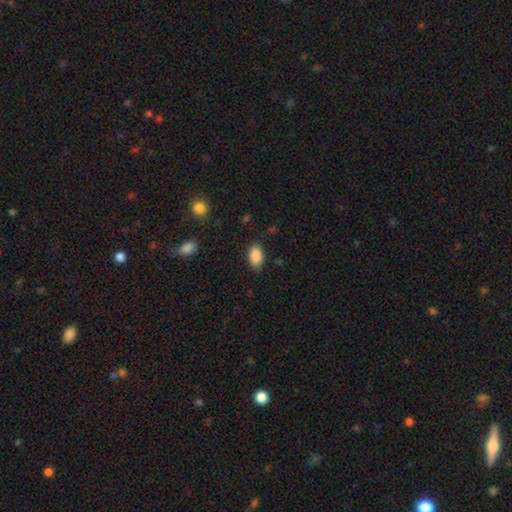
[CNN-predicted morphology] smooth-or-featured: smooth: 89% | star or artifact: 7% | featured or disk: 4%
  how-rounded: in between: 92% | round: 6% | cigar-shaped: 2%
  merging: none: 80% | minor disturbance: 16% | major disturbance: 3% | merger: 1%